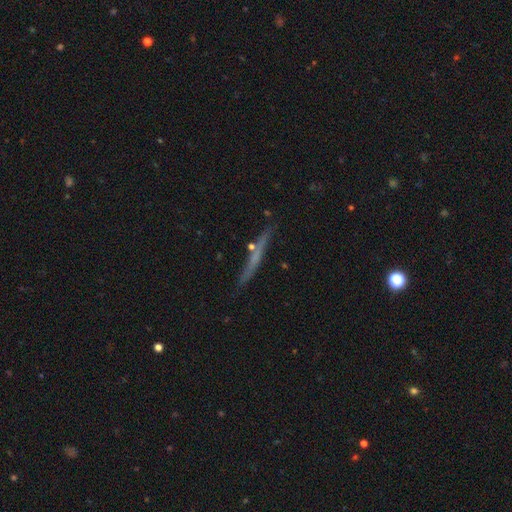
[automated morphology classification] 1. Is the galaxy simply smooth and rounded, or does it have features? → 52% featured or disk, 40% smooth, 8% star or artifact.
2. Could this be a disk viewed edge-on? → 94% yes, 6% no.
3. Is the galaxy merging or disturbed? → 85% none, 10% minor disturbance, 3% merger, 2% major disturbance.